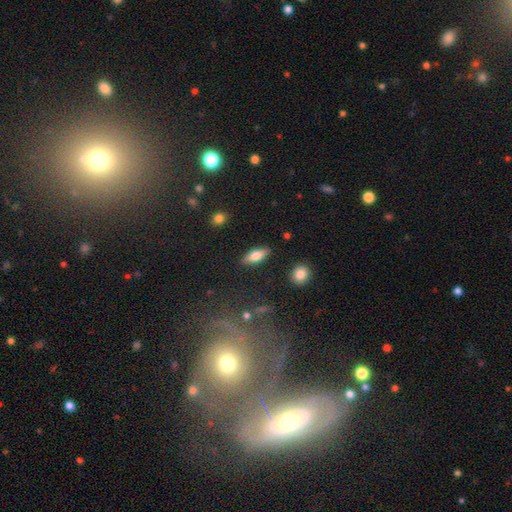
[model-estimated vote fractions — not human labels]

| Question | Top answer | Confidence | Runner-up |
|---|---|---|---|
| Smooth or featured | smooth | 71% | featured or disk (22%) |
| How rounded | in between | 70% | cigar-shaped (28%) |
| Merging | none | 86% | minor disturbance (9%) |